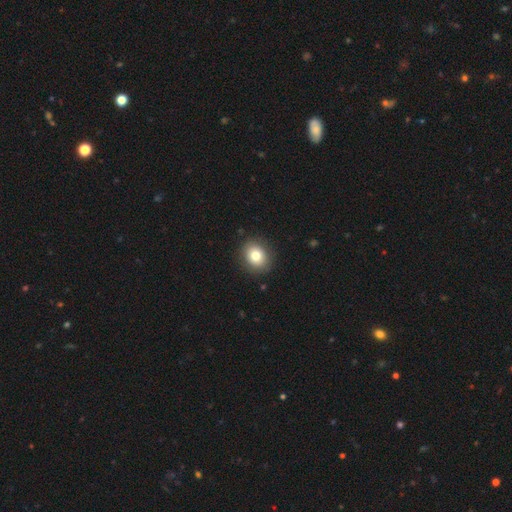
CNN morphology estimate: Smooth or featured: smooth — 80% (featured or disk — 10%)
How rounded: round — 68% (in between — 31%)
Merging: none — 89% (minor disturbance — 8%)